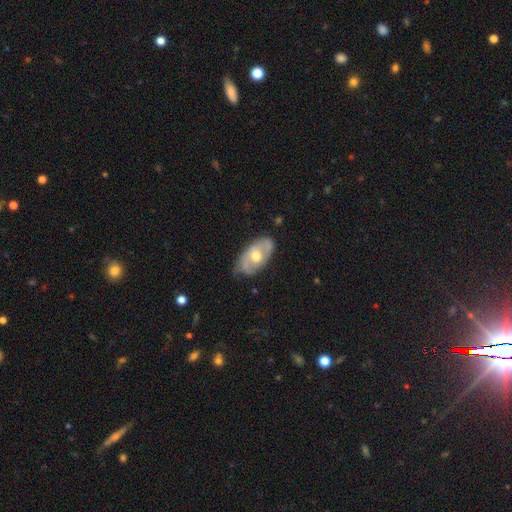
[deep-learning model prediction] Smooth or featured?
  - featured or disk: 60% *
  - smooth: 35%
  - star or artifact: 5%
Edge-on disk?
  - no: 89% *
  - yes: 11%
Bar?
  - no: 74% *
  - weak: 21%
  - strong: 5%
Spiral arms?
  - yes: 53% *
  - no: 47%
Bulge size?
  - moderate: 77% *
  - small: 11%
  - large: 10%
  - none: 1%
  - dominant: 1%
Merging?
  - none: 67% *
  - minor disturbance: 26%
  - major disturbance: 5%
  - merger: 1%